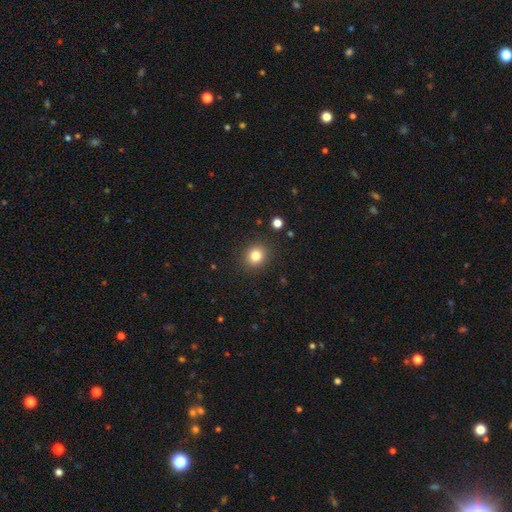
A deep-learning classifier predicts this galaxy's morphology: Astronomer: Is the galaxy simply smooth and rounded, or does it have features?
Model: smooth — 81%.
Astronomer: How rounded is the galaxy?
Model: round — 80%.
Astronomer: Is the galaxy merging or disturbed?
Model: none — 89%.